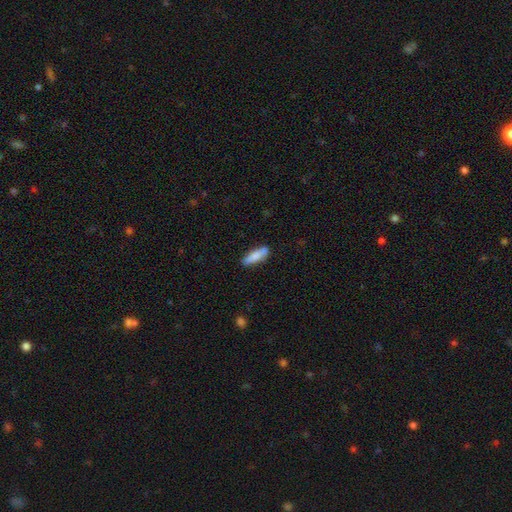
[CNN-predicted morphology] Smooth or featured? smooth (83%)
How rounded? cigar-shaped (55%)
Merging? none (82%)